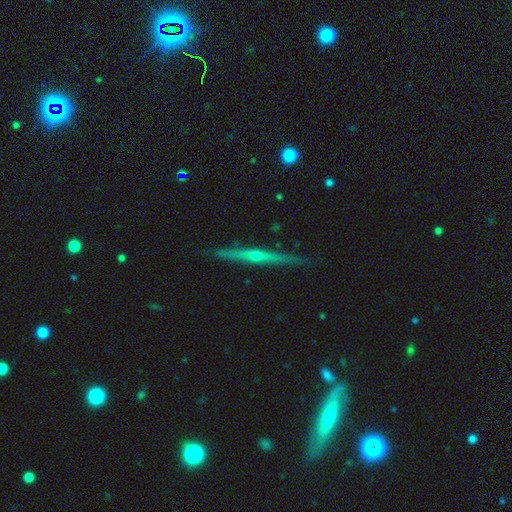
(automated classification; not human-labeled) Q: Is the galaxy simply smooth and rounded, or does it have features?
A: featured or disk — 82%.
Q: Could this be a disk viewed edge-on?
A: yes — 98%.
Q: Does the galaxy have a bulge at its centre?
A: rounded — 85%.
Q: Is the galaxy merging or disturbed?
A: none — 90%.